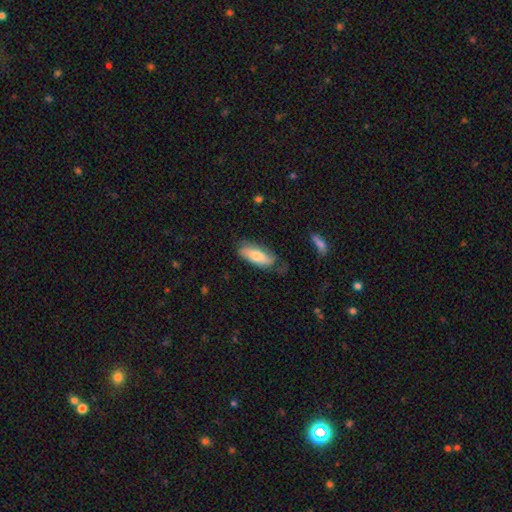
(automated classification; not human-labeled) This is likely a smooth galaxy (65%). How rounded: likely in between (71%). Merging: likely none (64%).